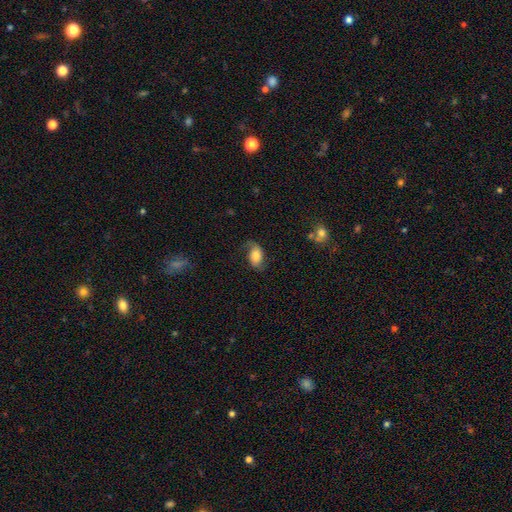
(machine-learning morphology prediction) Q: Smooth or featured?
A: smooth (56%); runner-up: featured or disk (35%)
Q: How rounded?
A: in between (88%); runner-up: round (9%)
Q: Merging?
A: none (57%); runner-up: minor disturbance (25%)